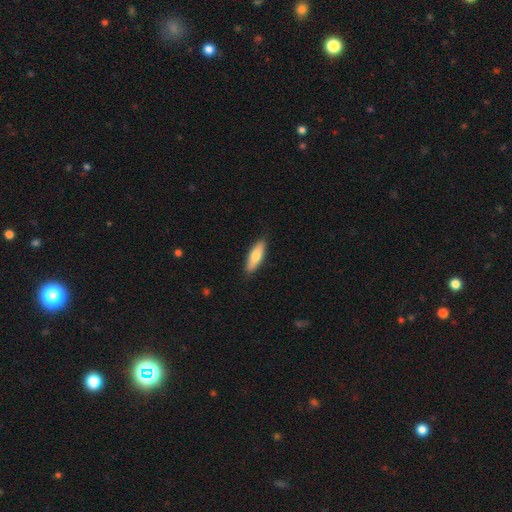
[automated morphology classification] This is likely a smooth galaxy (76%). How rounded: possibly cigar-shaped (51%). Merging: clearly none (89%).